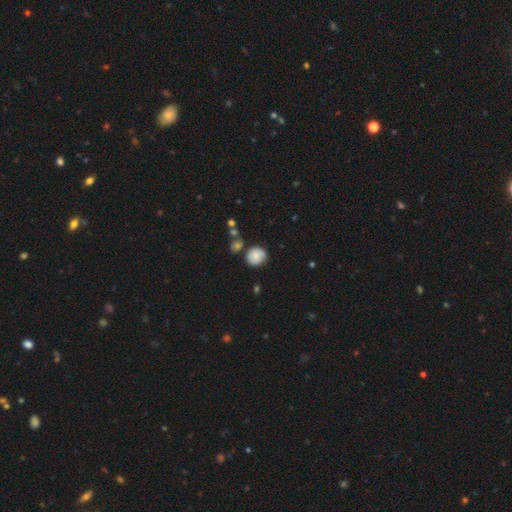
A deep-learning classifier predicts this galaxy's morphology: smooth_or_featured: smooth (p=0.77) [alt: featured or disk p=0.15]
how_rounded: round (p=0.83) [alt: in between p=0.16]
merging: none (p=0.70) [alt: minor disturbance p=0.19]